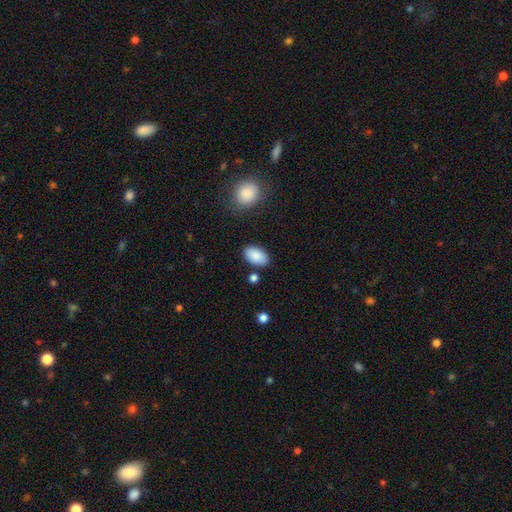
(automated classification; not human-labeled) This is clearly a smooth galaxy (89%). How rounded: clearly in between (94%). Merging: clearly none (83%).